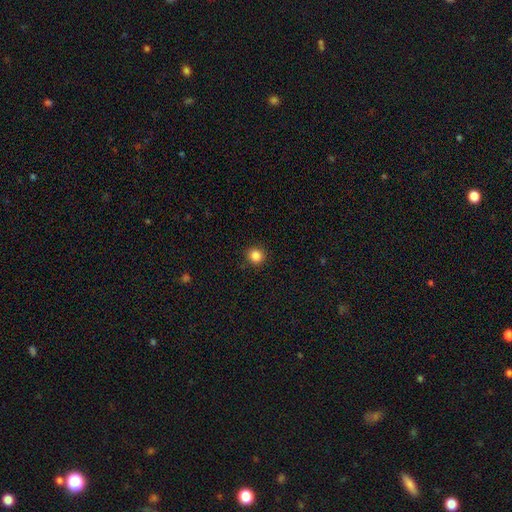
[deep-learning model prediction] Smooth or featured? Predicted: smooth (p=0.85). How rounded? Predicted: round (p=0.90). Merging? Predicted: none (p=0.91).